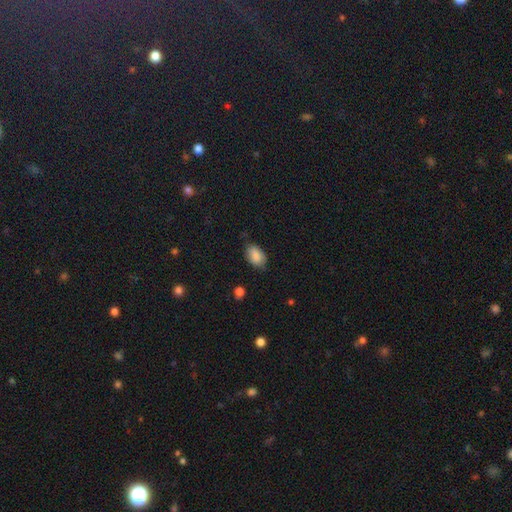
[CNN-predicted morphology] A smooth galaxy with no disk features (86%) that is in between round and cigar-shaped (88%).

Vote fractions:
- Smooth or featured? smooth: 86% / star or artifact: 7% / featured or disk: 7%
- How rounded? in between: 88% / round: 10% / cigar-shaped: 1%
- Merging? none: 71% / minor disturbance: 23% / major disturbance: 4% / merger: 2%